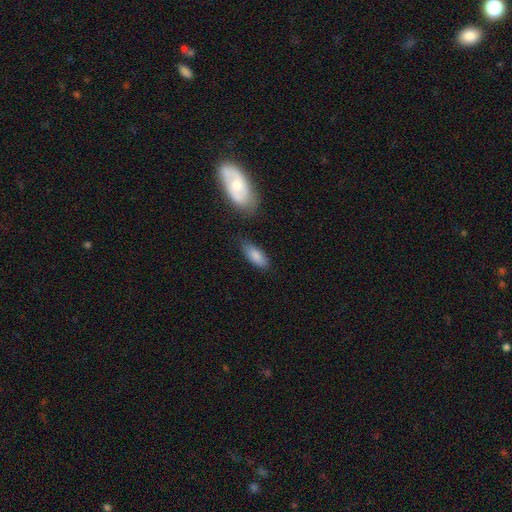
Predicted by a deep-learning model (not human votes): This appears to be a smooth galaxy with no disk features (83%) that is in between round and cigar-shaped (77%). Merging: none (73%).